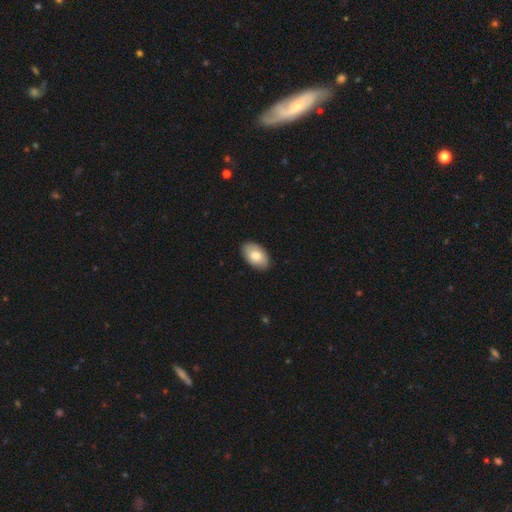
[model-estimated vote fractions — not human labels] Smooth or featured? Predicted: smooth (p=0.81). How rounded? Predicted: in between (p=0.94). Merging? Predicted: none (p=0.88).